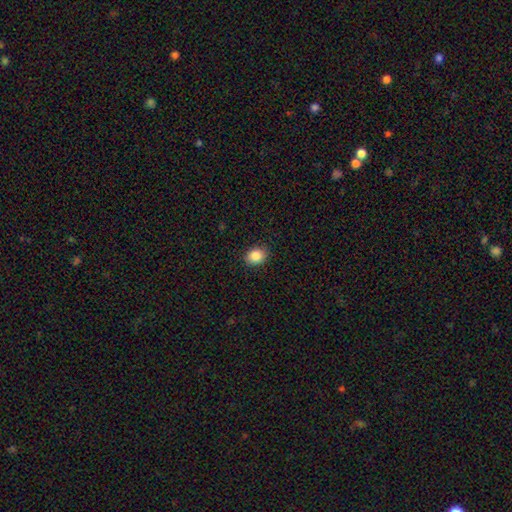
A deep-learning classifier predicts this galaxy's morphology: smooth 86%, star or artifact 9%, featured or disk 5%. Down the decision tree: how rounded — in between (53%); merging — none (89%).